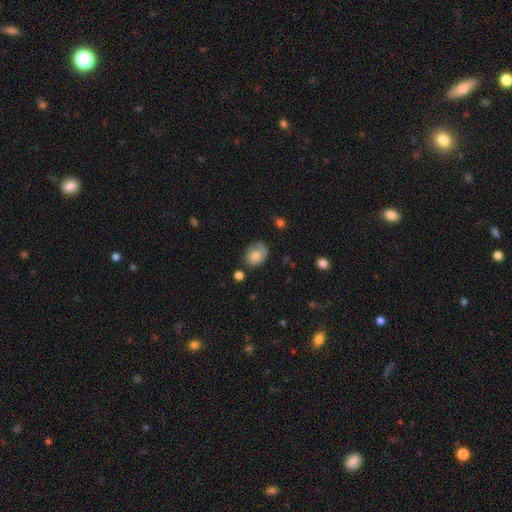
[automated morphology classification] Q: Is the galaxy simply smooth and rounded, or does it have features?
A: smooth — 75%.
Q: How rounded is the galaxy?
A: in between — 57%.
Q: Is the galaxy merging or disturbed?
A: none — 55%.